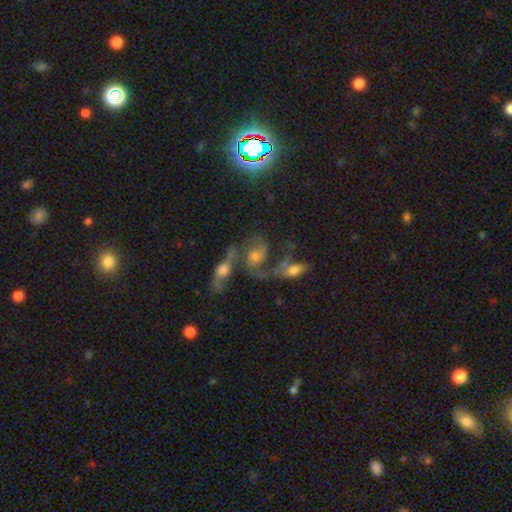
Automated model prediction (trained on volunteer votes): This appears to be a featured or disk galaxy (69%) with no bar (70%), 2 (64%) medium (44%) spiral arms (85%) and a moderate central bulge (49%). Merging: merger (58%).